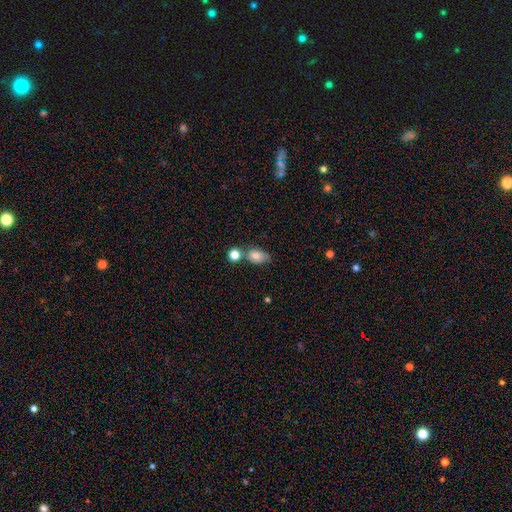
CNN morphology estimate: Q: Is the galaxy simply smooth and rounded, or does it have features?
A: smooth — 79%.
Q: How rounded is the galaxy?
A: in between — 76%.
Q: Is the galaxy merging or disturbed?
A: none — 47%.